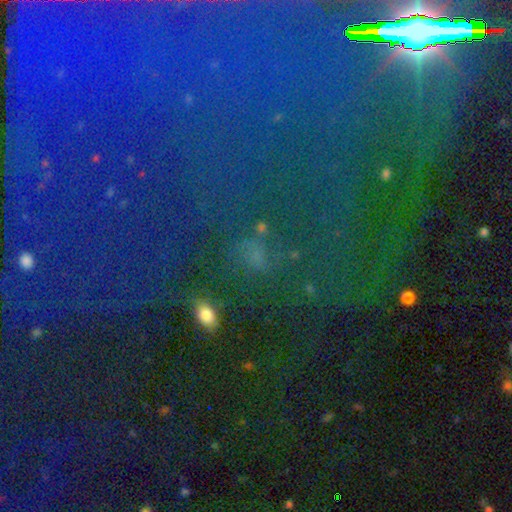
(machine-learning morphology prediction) The model was most divided on "smooth or featured" (2-way tie): smooth: 43%, star or artifact: 43%, featured or disk: 14%. More confident: merging — none (67%).